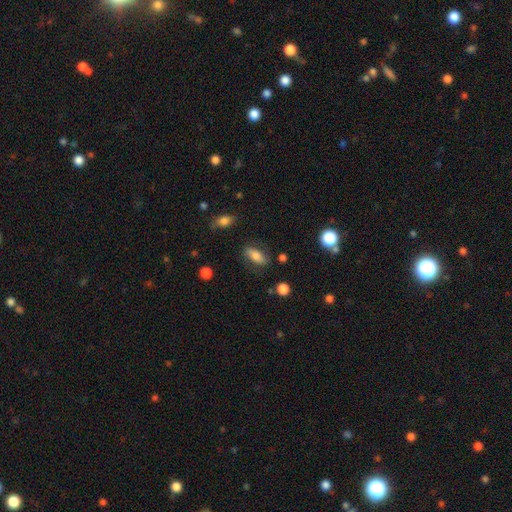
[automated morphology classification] Smooth or featured? Predicted: smooth (p=0.66). How rounded? Predicted: in between (p=0.78). Merging? Predicted: none (p=0.73).